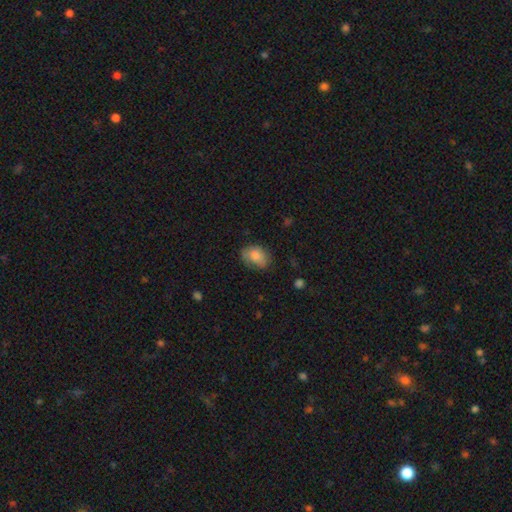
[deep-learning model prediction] A smooth galaxy with no disk features (83%) that is in between round and cigar-shaped (75%).

Vote fractions:
- Smooth or featured? smooth: 83% / featured or disk: 9% / star or artifact: 8%
- How rounded? in between: 75% / round: 23% / cigar-shaped: 1%
- Merging? none: 66% / minor disturbance: 25% / major disturbance: 7% / merger: 2%